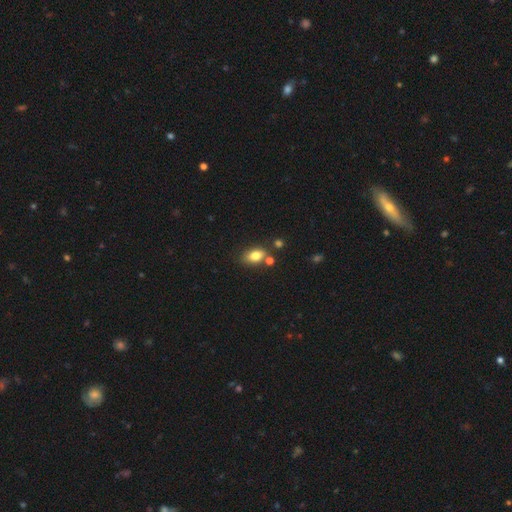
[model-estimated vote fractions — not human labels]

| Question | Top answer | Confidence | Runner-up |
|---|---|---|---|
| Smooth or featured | smooth | 80% | featured or disk (10%) |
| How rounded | in between | 85% | round (12%) |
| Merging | none | 68% | merger (14%) |